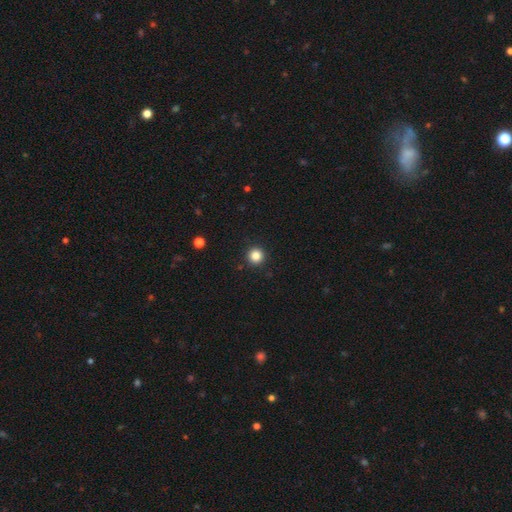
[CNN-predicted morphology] smooth_or_featured: smooth (p=0.84) [alt: star or artifact p=0.12]
how_rounded: round (p=0.96) [alt: in between p=0.03]
merging: none (p=0.93) [alt: minor disturbance p=0.04]